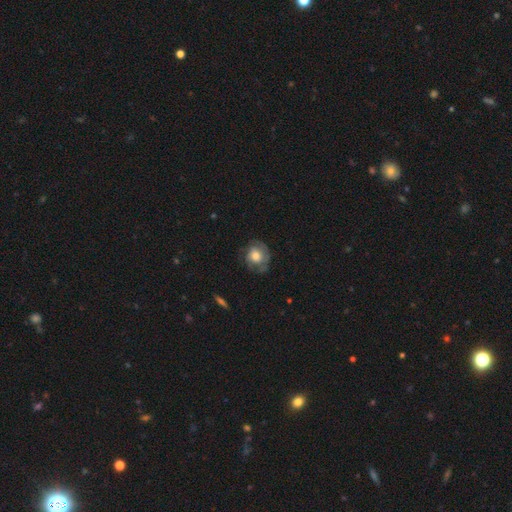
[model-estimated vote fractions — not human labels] Smooth or featured? Predicted: featured or disk (p=0.60). Edge-on disk? Predicted: no (p=0.97). Bar? Predicted: no (p=0.78). Spiral arms? Predicted: yes (p=0.82). Bulge size? Predicted: moderate (p=0.53). Merging? Predicted: none (p=0.68).